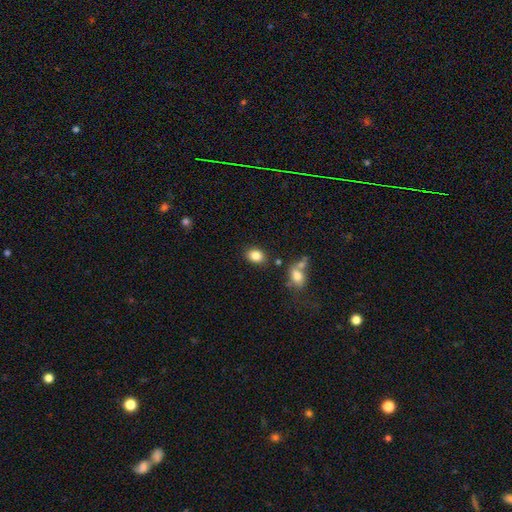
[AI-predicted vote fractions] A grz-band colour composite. It shows a smooth galaxy with no disk features (84%) that is in between round and cigar-shaped (63%). Merging: none (81%).